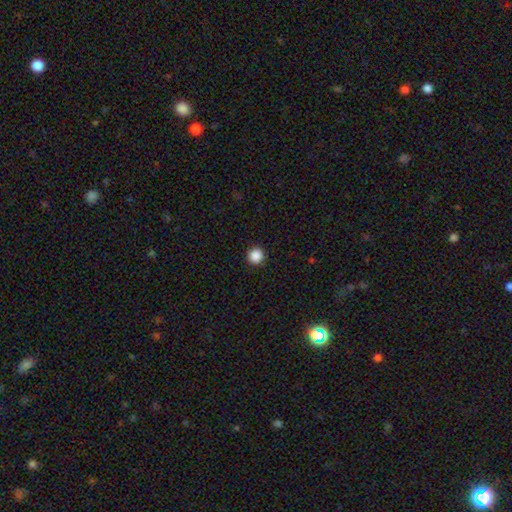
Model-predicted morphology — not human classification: This appears to be a smooth galaxy with no disk features (88%) that is round (96%). Merging: none (93%).